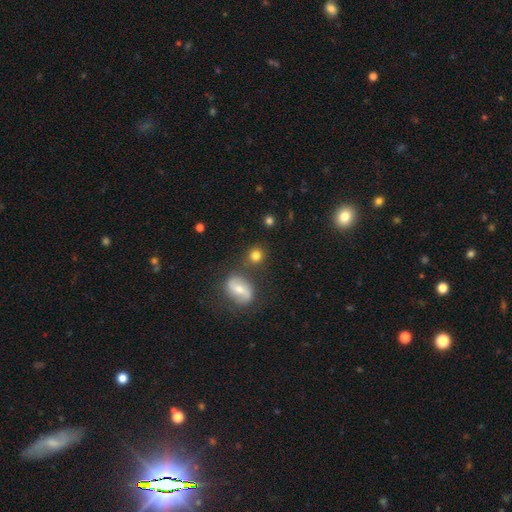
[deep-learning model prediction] This is clearly a smooth galaxy (80%). How rounded: clearly round (87%). Merging: likely none (78%).